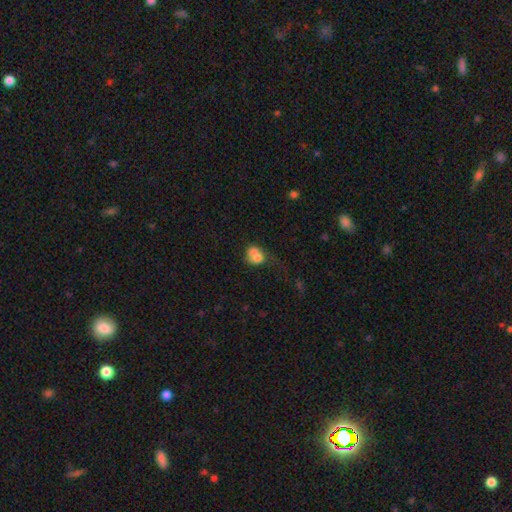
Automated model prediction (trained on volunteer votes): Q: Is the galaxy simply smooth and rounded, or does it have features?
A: smooth — 67%.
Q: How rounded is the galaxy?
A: round — 59%.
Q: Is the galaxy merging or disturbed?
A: merger — 64%.